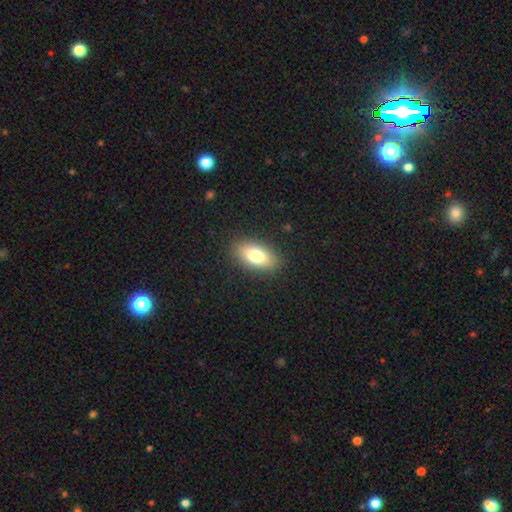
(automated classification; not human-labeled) smooth_or_featured: smooth (p=0.77) [alt: featured or disk p=0.15]
how_rounded: in between (p=0.89) [alt: round p=0.06]
merging: none (p=0.88) [alt: minor disturbance p=0.09]